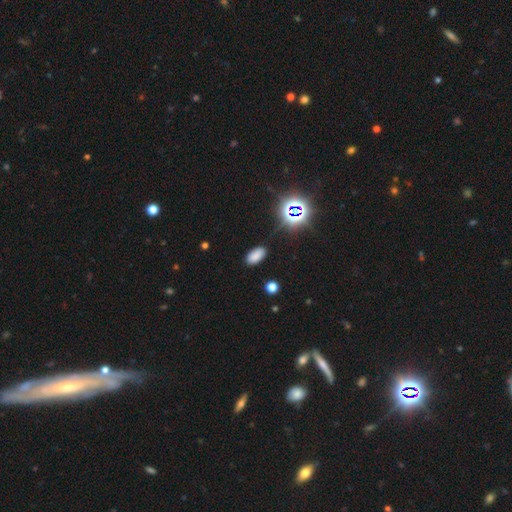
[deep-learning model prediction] smooth_or_featured: smooth (p=0.76) [alt: star or artifact p=0.19]
how_rounded: in between (p=0.93) [alt: round p=0.04]
merging: none (p=0.86) [alt: minor disturbance p=0.10]